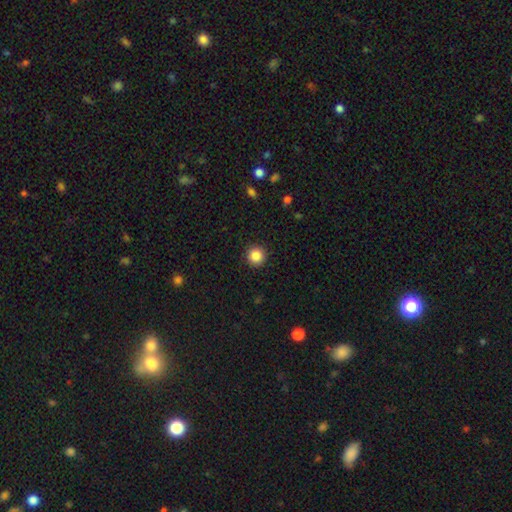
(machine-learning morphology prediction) Smooth or featured? Predicted: smooth (p=0.86). How rounded? Predicted: round (p=0.95). Merging? Predicted: none (p=0.92).